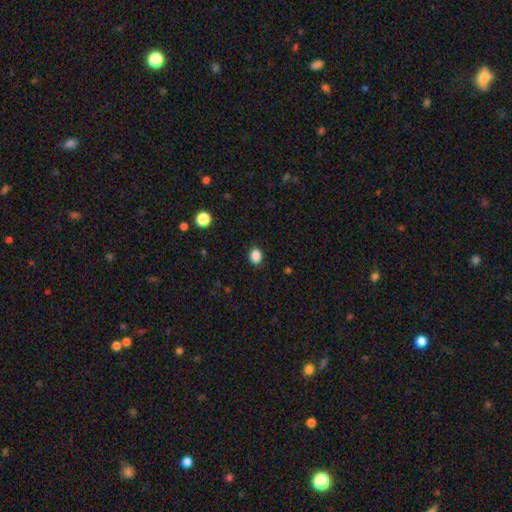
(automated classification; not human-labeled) Smooth or featured?
  - smooth: 87% *
  - star or artifact: 10%
  - featured or disk: 3%
How rounded?
  - round: 50% *
  - in between: 49%
  - cigar-shaped: 1%
Merging?
  - none: 89% *
  - minor disturbance: 8%
  - major disturbance: 2%
  - merger: 1%